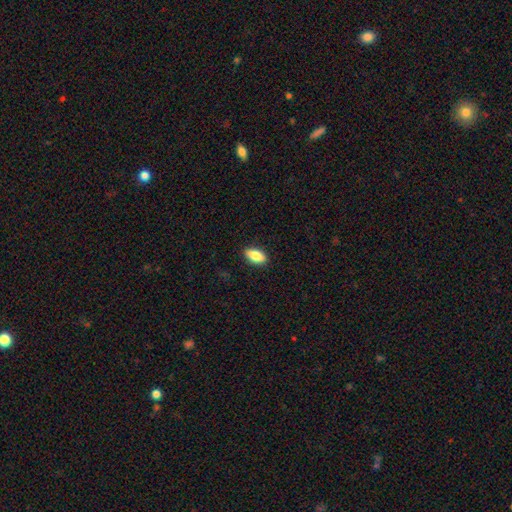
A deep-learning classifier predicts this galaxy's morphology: type=smooth (82%); roundness=in between (89%); merging=none (88%).